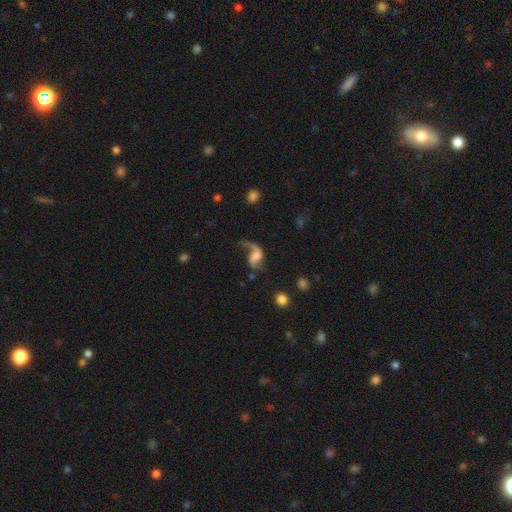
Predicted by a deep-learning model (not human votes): Smooth or featured: featured or disk — 78% (smooth — 14%)
Edge-on disk: no — 97% (yes — 3%)
Bar: no — 50% (weak — 38%)
Spiral arms: yes — 93% (no — 7%)
Spiral winding: loose — 85% (medium — 13%)
Spiral arm count: 2 — 64% (1 — 32%)
Bulge size: moderate — 29% (small — 28%)
Merging: none — 39% (major disturbance — 38%)